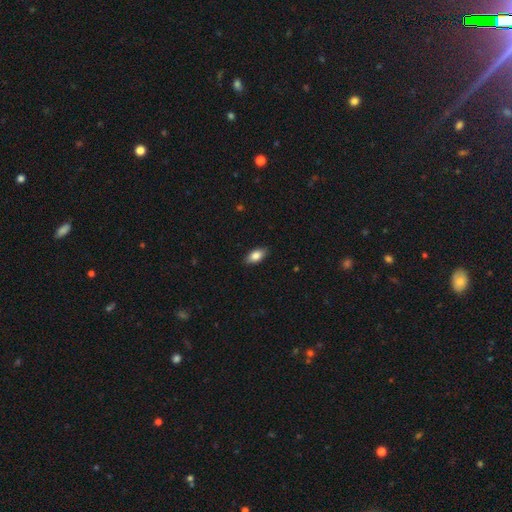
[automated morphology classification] This is clearly a smooth galaxy (84%). How rounded: clearly in between (90%). Merging: clearly none (89%).